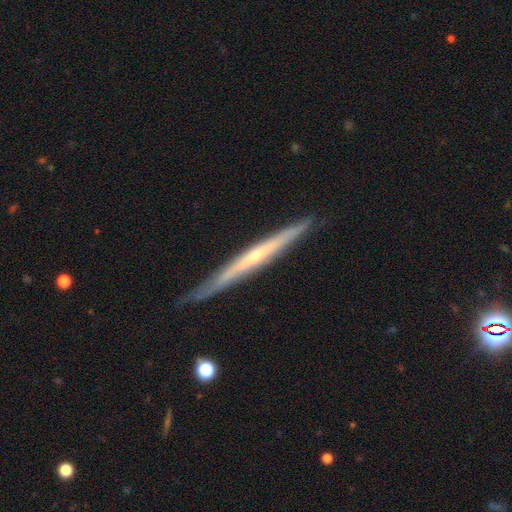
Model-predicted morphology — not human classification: featured or disk 75%, smooth 19%, star or artifact 5%. Down the decision tree: edge-on disk — yes (96%); edge-on bulge — rounded (50%); merging — none (85%).